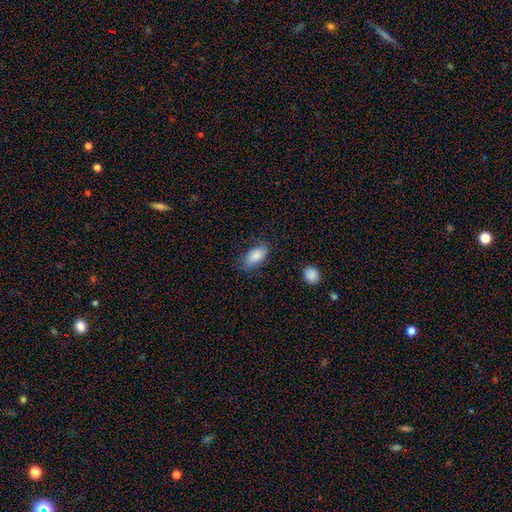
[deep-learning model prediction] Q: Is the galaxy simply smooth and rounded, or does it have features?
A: smooth — 83%.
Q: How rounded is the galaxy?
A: in between — 92%.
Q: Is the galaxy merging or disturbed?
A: none — 69%.